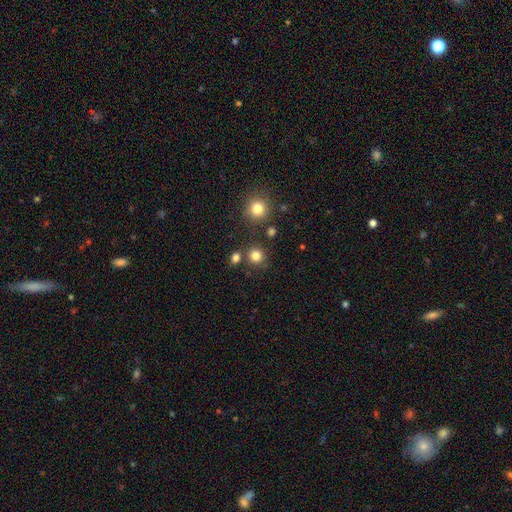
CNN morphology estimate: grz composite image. It shows a smooth galaxy with no disk features (81%) that is round (91%). Merging: none (82%).